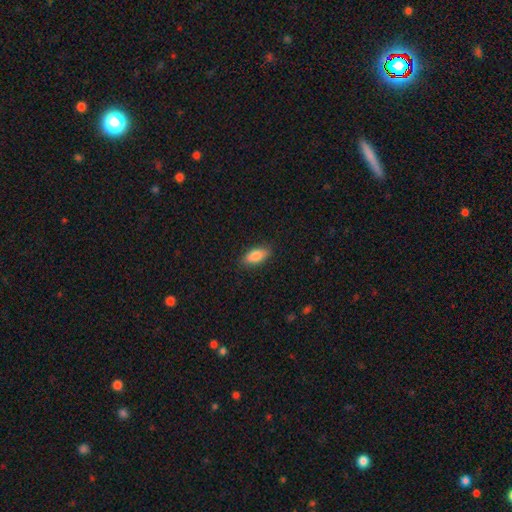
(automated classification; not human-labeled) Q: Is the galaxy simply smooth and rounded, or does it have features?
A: smooth — 84%.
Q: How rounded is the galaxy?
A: in between — 85%.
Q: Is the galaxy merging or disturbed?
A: none — 85%.